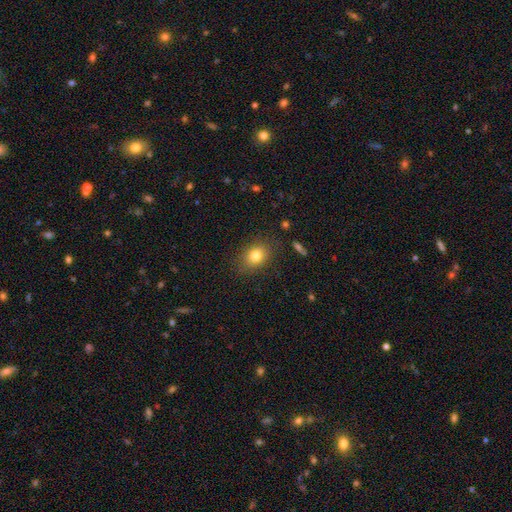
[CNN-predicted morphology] This is clearly a smooth galaxy (80%). How rounded: likely in between (62%). Merging: clearly none (84%).